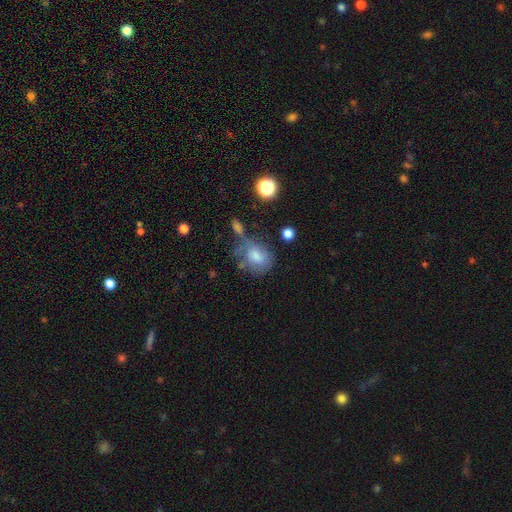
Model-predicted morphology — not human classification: type=smooth (61%); roundness=in between (50%); merging=none (43%).